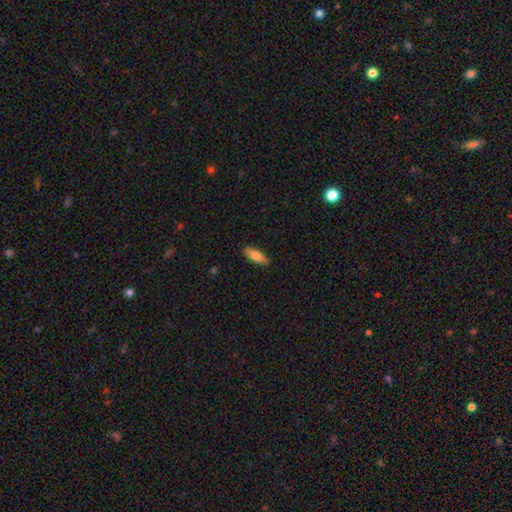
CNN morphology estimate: This appears to be a smooth galaxy with no disk features (78%) that is in between round and cigar-shaped (61%). Merging: none (86%).